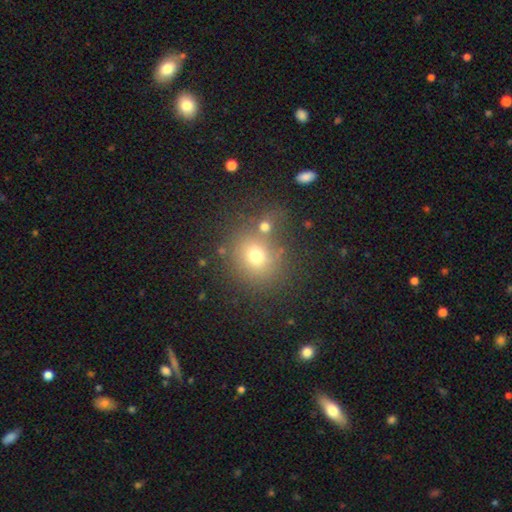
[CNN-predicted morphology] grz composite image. It shows a smooth galaxy with no disk features (71%) that is round (76%). Merging: none (67%).